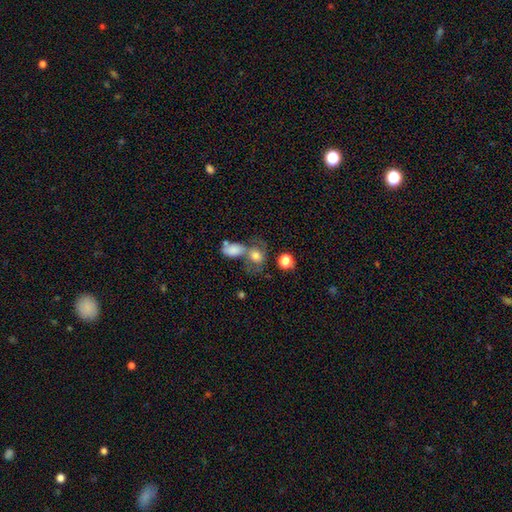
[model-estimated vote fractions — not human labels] Smooth or featured?
  - smooth: 68% *
  - featured or disk: 21%
  - star or artifact: 11%
How rounded?
  - in between: 53% *
  - round: 45%
  - cigar-shaped: 2%
Merging?
  - merger: 52% *
  - none: 25%
  - major disturbance: 12%
  - minor disturbance: 12%